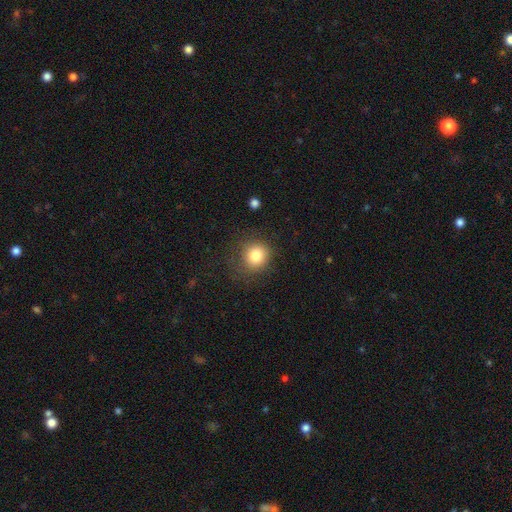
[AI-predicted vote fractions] Morphology: type=smooth (82%); roundness=round (87%); merging=none (79%).